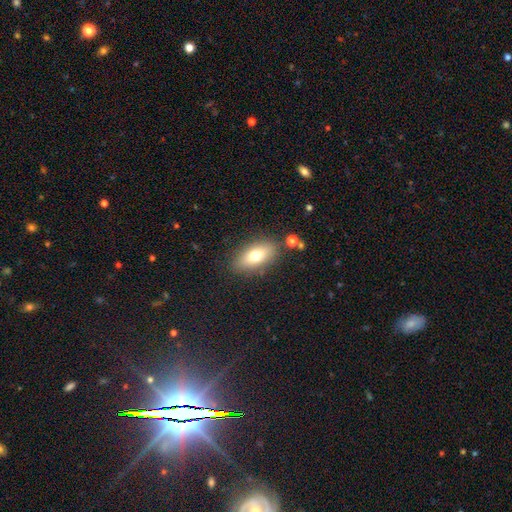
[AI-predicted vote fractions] Smooth or featured?
  - smooth: 71% *
  - featured or disk: 20%
  - star or artifact: 8%
How rounded?
  - in between: 84% *
  - cigar-shaped: 10%
  - round: 5%
Merging?
  - none: 82% *
  - minor disturbance: 12%
  - major disturbance: 3%
  - merger: 3%